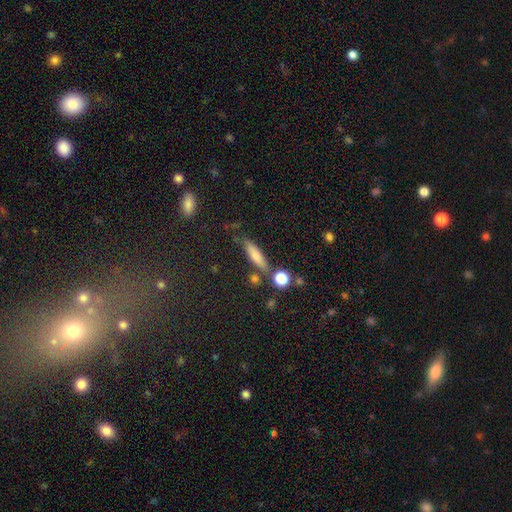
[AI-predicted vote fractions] This is likely a smooth galaxy (70%). How rounded: likely cigar-shaped (69%). Merging: likely none (76%).